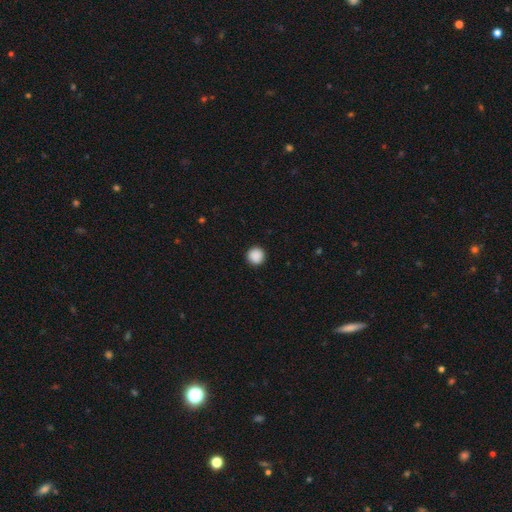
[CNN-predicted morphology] Overall: smooth (89%). How rounded: round (95%). Merging: none (93%).